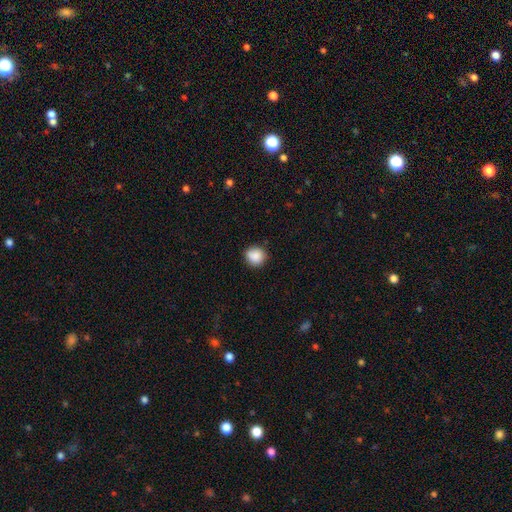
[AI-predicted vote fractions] Smooth or featured? smooth (88%)
How rounded? round (87%)
Merging? none (83%)